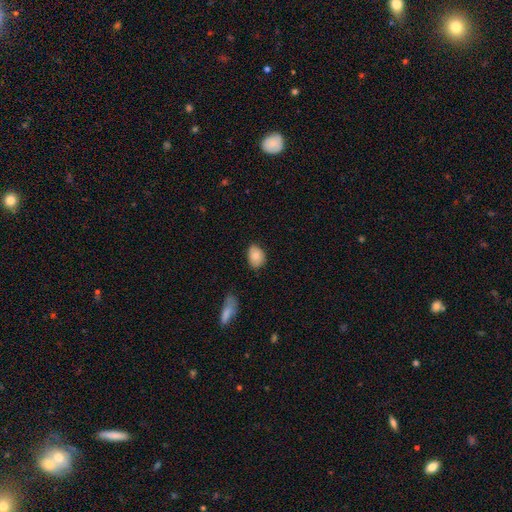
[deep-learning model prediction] Smooth or featured? smooth (82%)
How rounded? in between (77%)
Merging? none (77%)